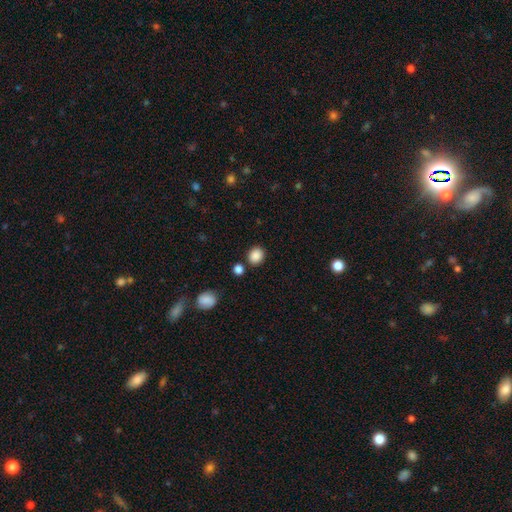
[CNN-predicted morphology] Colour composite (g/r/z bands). It shows a smooth galaxy with no disk features (86%) that is round (72%). Merging: none (83%).